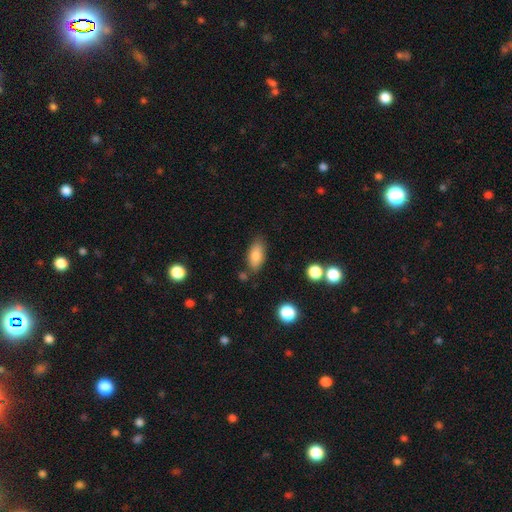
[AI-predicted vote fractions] The model was most divided on "merging": none: 76%, minor disturbance: 15%, merger: 5%, major disturbance: 4%. More confident: how rounded — in between (87%); smooth or featured — smooth (84%).